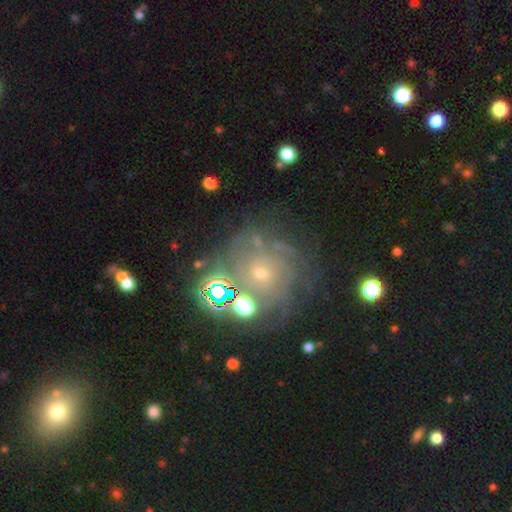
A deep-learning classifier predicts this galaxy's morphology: Smooth or featured? Predicted: featured or disk (p=0.58). Edge-on disk? Predicted: no (p=0.96). Bar? Predicted: no (p=0.81). Spiral arms? Predicted: yes (p=0.81). Bulge size? Predicted: small (p=0.73). Merging? Predicted: none (p=0.71).